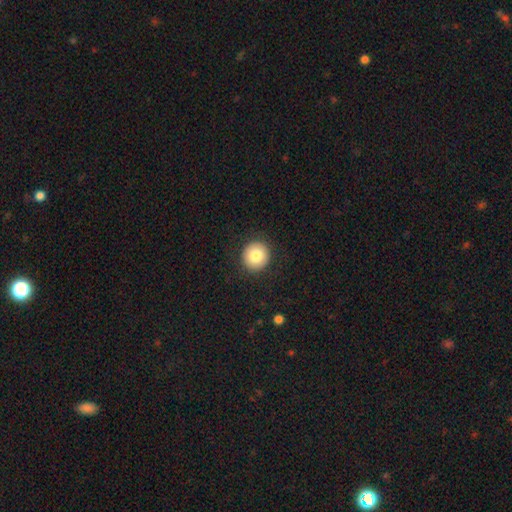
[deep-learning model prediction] Smooth or featured?
  - smooth: 83% *
  - featured or disk: 9%
  - star or artifact: 8%
How rounded?
  - round: 94% *
  - in between: 5%
  - cigar-shaped: 1%
Merging?
  - none: 91% *
  - minor disturbance: 6%
  - major disturbance: 2%
  - merger: 1%